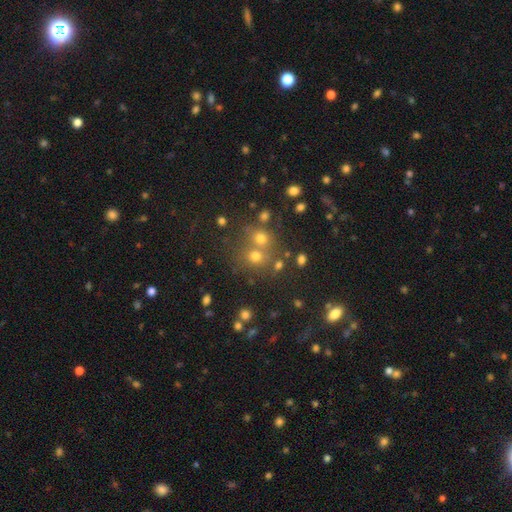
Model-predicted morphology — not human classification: Smooth or featured: smooth — 50% (star or artifact — 37%)
Merging: none — 56% (merger — 32%)